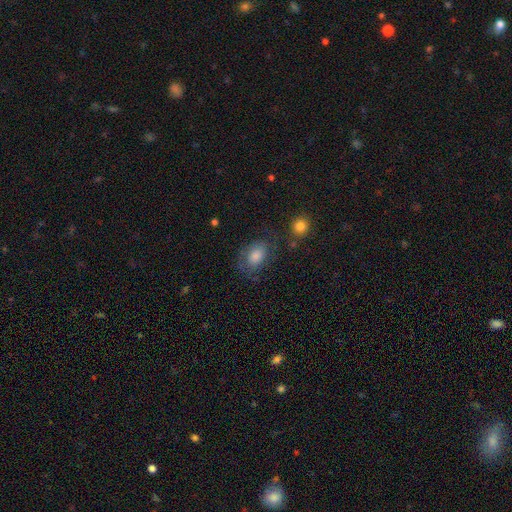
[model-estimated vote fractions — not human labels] Smooth or featured? Predicted: smooth (p=0.56). How rounded? Predicted: in between (p=0.77). Merging? Predicted: none (p=0.66).